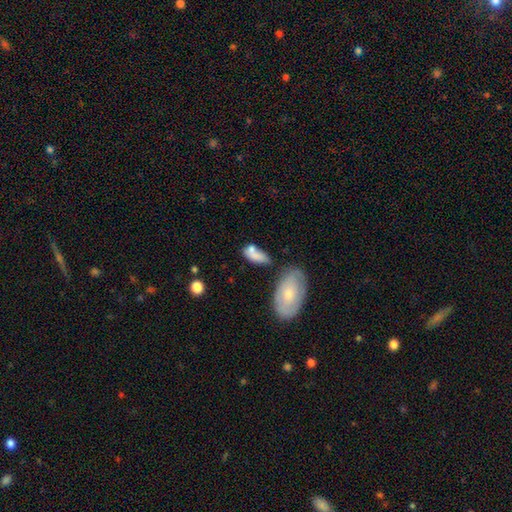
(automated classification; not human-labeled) This appears to be a smooth galaxy with no disk features (75%) that is in between round and cigar-shaped (83%). Merging: none (37%).